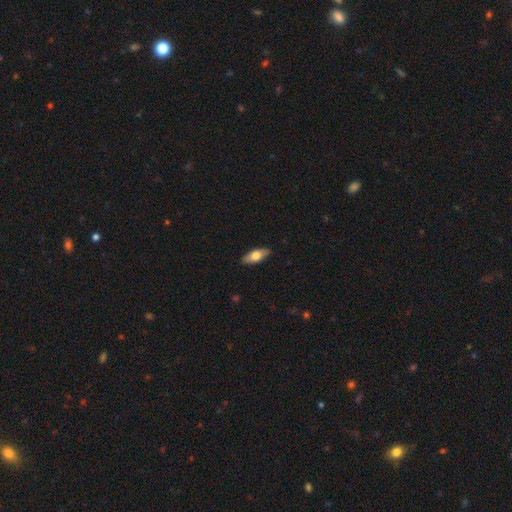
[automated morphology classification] Q: Smooth or featured?
A: smooth (68%); runner-up: featured or disk (27%)
Q: How rounded?
A: in between (78%); runner-up: cigar-shaped (19%)
Q: Merging?
A: none (88%); runner-up: minor disturbance (10%)